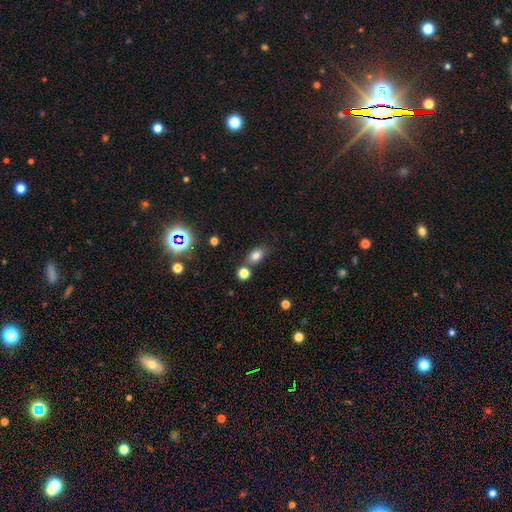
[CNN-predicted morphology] Smooth or featured? smooth (79%)
How rounded? in between (77%)
Merging? none (68%)